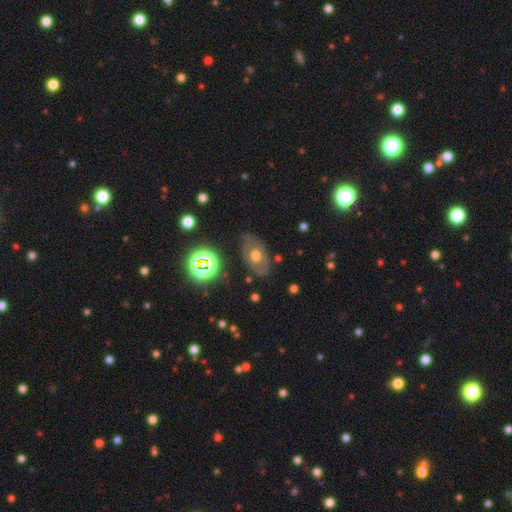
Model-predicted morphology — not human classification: smooth_or_featured: featured or disk (p=0.45) [alt: smooth p=0.41]
merging: none (p=0.73) [alt: minor disturbance p=0.18]